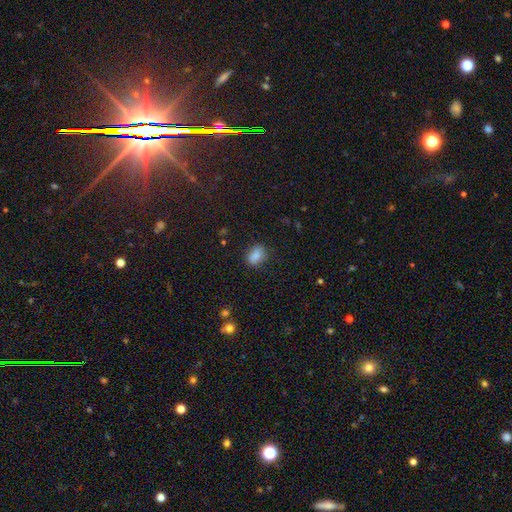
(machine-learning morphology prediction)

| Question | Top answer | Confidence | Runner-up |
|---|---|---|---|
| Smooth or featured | smooth | 85% | star or artifact (10%) |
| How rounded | in between | 79% | round (19%) |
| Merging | none | 77% | minor disturbance (17%) |